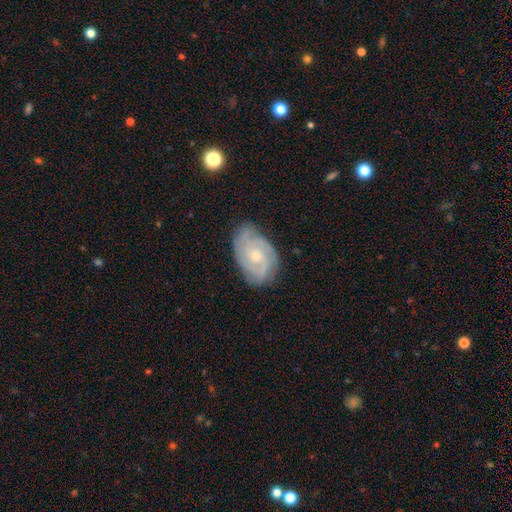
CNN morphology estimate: A featured or disk galaxy (82%) with no bar (72%), 3 (35%) tight (65%) spiral arms (96%) and a small central bulge (55%).

Vote fractions:
- Smooth or featured? featured or disk: 82% / smooth: 12% / star or artifact: 6%
- Edge-on disk? no: 97% / yes: 3%
- Bar? no: 72% / weak: 25% / strong: 3%
- Spiral arms? yes: 96% / no: 4%
- Spiral winding? tight: 65% / medium: 30% / loose: 5%
- Spiral arm count? 3: 35% / can't tell: 22% / 2: 21% / 4: 13% / more than 4: 5% / 1: 5%
- Bulge size? small: 55% / moderate: 41% / none: 2% / large: 1% / dominant: 1%
- Merging? none: 75% / minor disturbance: 19% / major disturbance: 4% / merger: 1%